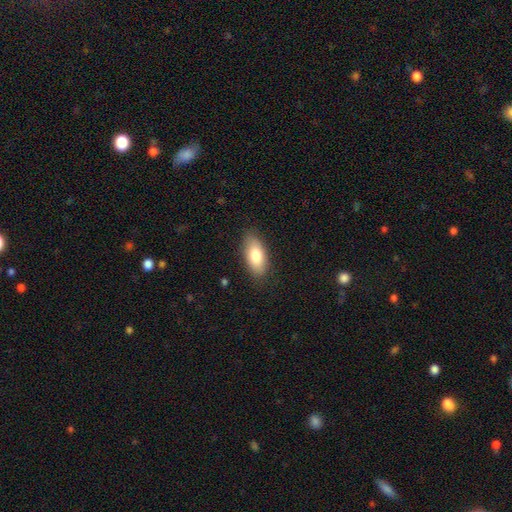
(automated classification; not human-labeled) The model was most divided on "smooth or featured": smooth: 80%, featured or disk: 14%, star or artifact: 6%. More confident: how rounded — in between (88%); merging — none (84%).